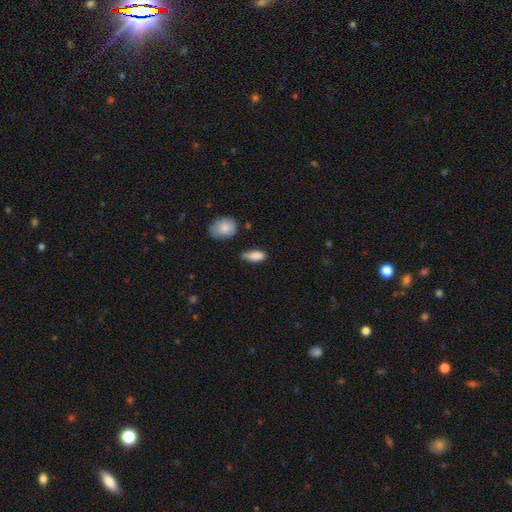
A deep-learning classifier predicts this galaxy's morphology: This is clearly a smooth galaxy (85%). How rounded: clearly in between (83%). Merging: possibly none (51%).